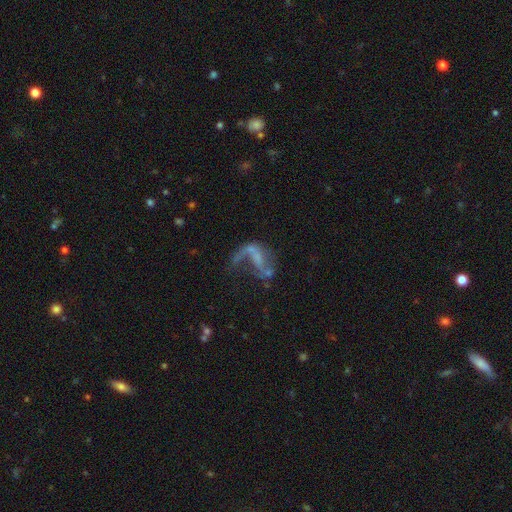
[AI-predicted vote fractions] This appears to be a featured or disk galaxy (66%) with no bar (50%), spiral arms (59%) and no central bulge (66%). Merging: major disturbance (46%).